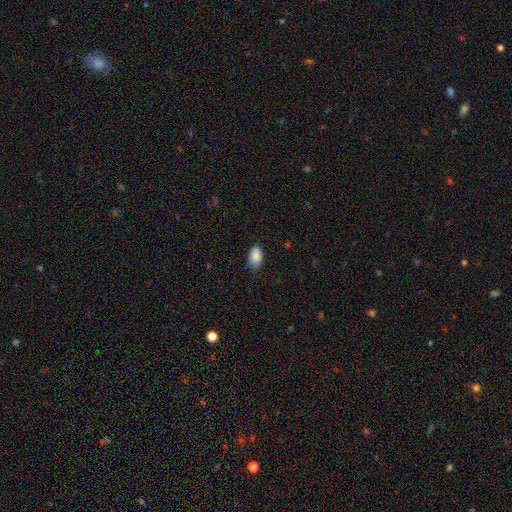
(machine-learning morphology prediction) Smooth or featured? smooth (88%)
How rounded? in between (91%)
Merging? none (75%)